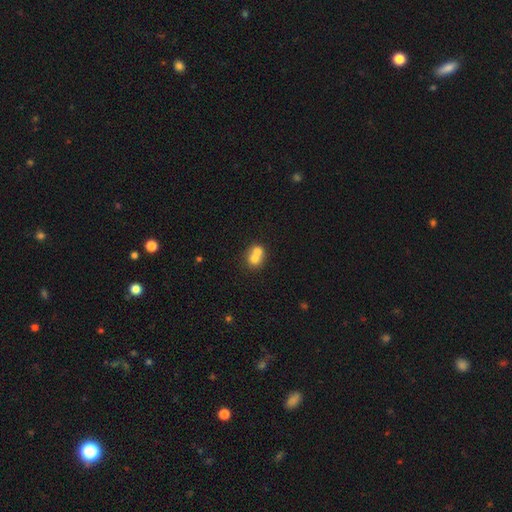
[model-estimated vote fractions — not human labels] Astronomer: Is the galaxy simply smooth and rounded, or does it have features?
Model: smooth — 69%.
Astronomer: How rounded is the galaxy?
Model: round — 74%.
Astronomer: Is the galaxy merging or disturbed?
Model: merger — 67%.